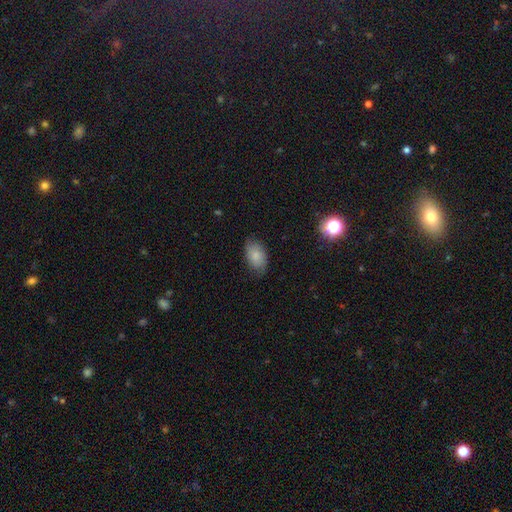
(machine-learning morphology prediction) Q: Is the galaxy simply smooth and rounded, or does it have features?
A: smooth — 81%.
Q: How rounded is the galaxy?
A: in between — 91%.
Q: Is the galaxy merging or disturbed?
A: none — 74%.